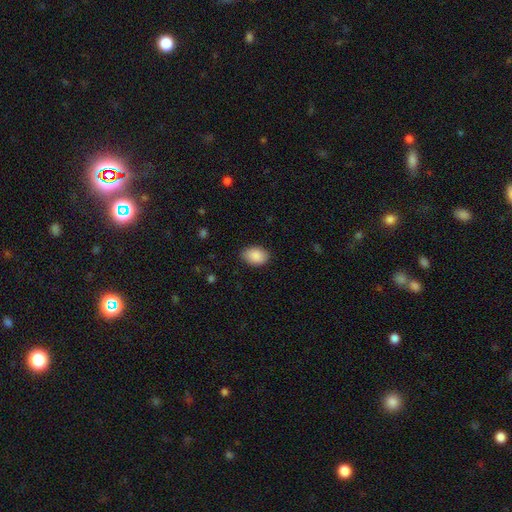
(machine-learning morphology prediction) This appears to be a smooth galaxy with no disk features (89%) that is in between round and cigar-shaped (85%). Merging: none (85%).